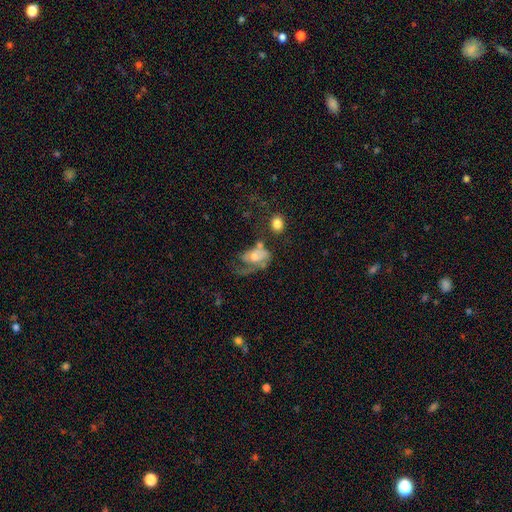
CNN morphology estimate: Q: Smooth or featured?
A: featured or disk (53%); runner-up: smooth (39%)
Q: Edge-on disk?
A: no (96%); runner-up: yes (4%)
Q: Bar?
A: no (76%); runner-up: weak (20%)
Q: Spiral arms?
A: yes (61%); runner-up: no (39%)
Q: Bulge size?
A: moderate (52%); runner-up: small (33%)
Q: Merging?
A: major disturbance (49%); runner-up: none (19%)